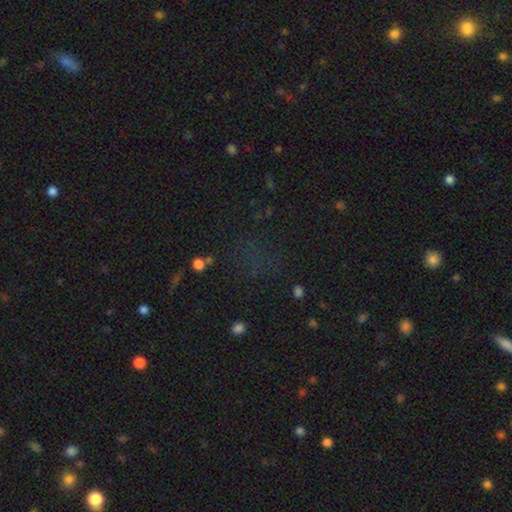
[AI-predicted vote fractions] Q: Smooth or featured?
A: star or artifact (63%); runner-up: smooth (26%)